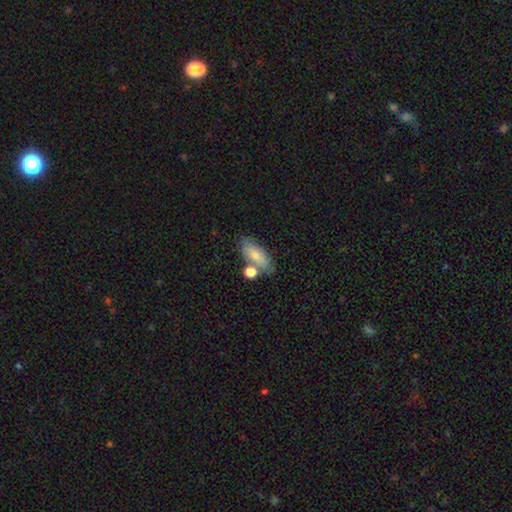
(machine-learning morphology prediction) Overall: smooth (77%). How rounded: in between (80%). Merging: none (59%; merger 20%).